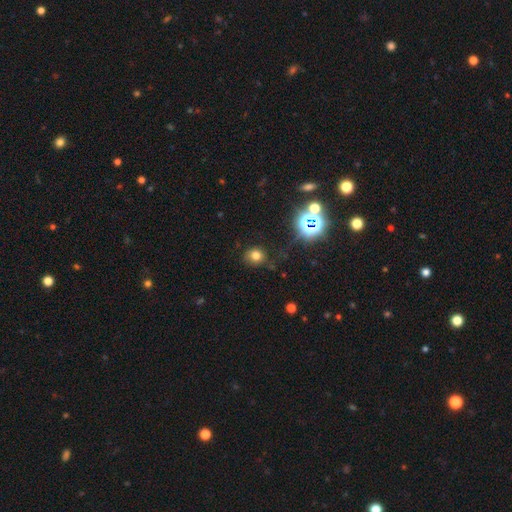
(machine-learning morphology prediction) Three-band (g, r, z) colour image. It shows a smooth galaxy with no disk features (71%) that is round (82%). Merging: none (76%).